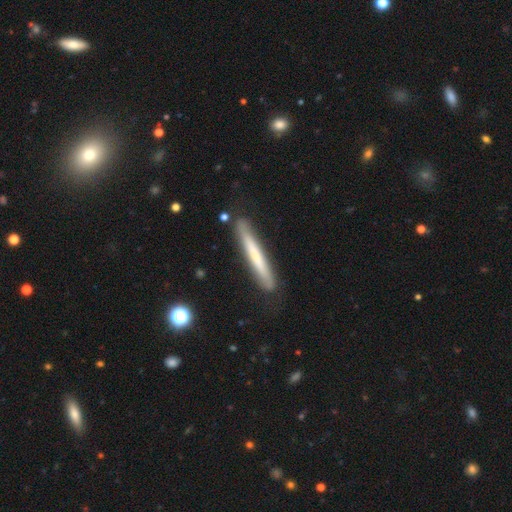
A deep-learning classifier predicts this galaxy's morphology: smooth-or-featured: smooth: 53% | featured or disk: 41% | star or artifact: 6%
  how-rounded: cigar-shaped: 96% | in between: 3% | round: 1%
  merging: none: 84% | minor disturbance: 12% | major disturbance: 2% | merger: 2%